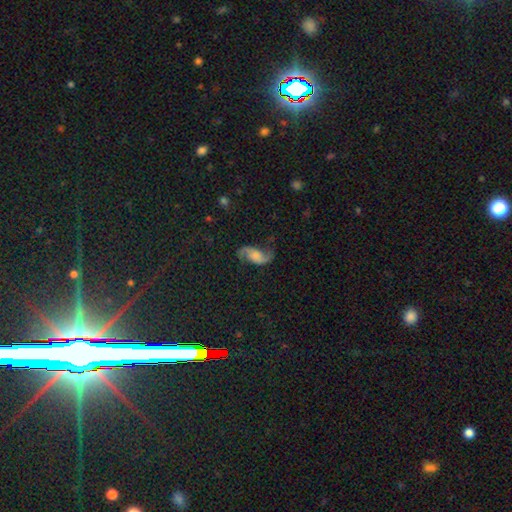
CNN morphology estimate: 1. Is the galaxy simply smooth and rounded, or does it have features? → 80% featured or disk, 13% smooth, 8% star or artifact.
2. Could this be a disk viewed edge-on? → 96% no, 4% yes.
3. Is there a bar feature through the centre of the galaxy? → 59% no, 32% weak, 9% strong.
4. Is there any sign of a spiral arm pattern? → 96% yes, 4% no.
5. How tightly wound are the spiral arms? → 71% loose, 23% medium, 6% tight.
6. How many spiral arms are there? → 93% 2, 2% 1, 2% can't tell, 1% 3, 1% 4, 1% more than 4.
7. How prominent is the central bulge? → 32% none, 23% moderate, 22% small, 19% large, 4% dominant.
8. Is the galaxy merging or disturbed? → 71% none, 17% minor disturbance, 11% major disturbance, 2% merger.